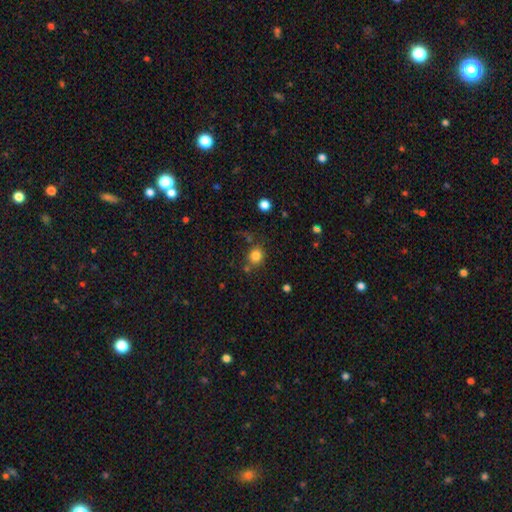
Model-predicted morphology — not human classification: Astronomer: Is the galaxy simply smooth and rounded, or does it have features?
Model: smooth — 81%.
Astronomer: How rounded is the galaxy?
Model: round — 80%.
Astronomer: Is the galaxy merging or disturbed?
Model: none — 72%.